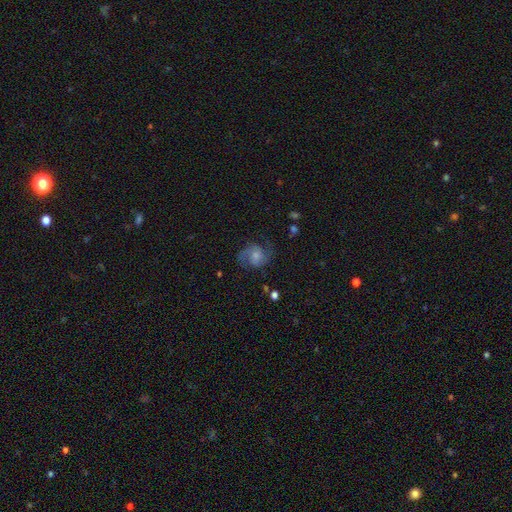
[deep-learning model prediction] Overall: featured or disk (61%; smooth 29%). Edge-on disk: no (98%). Bar: no (61%; weak 34%). Spiral arms: yes (90%). Spiral arm count: 2 (76%). Spiral winding: medium (49%; loose 31%). Bulge size: small (40%; moderate 36%). Merging: none (62%).